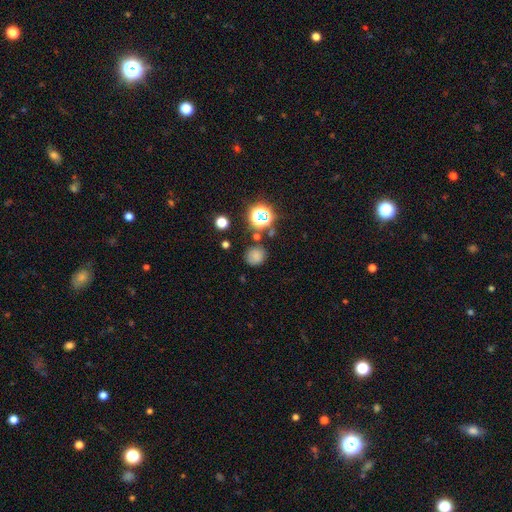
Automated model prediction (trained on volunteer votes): This appears to be a smooth galaxy with no disk features (72%) that is round (83%). Merging: none (76%).